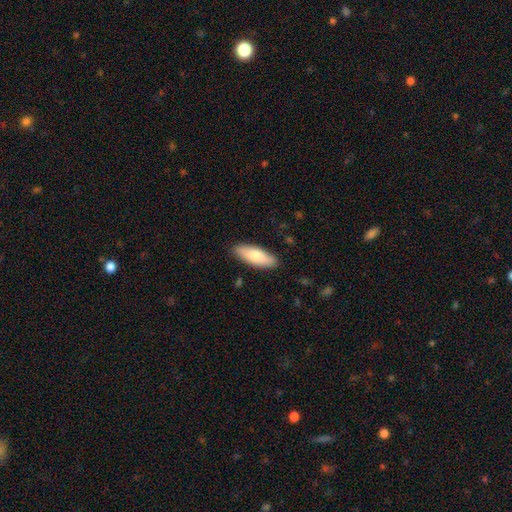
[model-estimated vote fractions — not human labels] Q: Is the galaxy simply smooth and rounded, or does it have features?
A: smooth — 78%.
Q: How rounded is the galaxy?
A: in between — 68%.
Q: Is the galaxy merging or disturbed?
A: none — 87%.